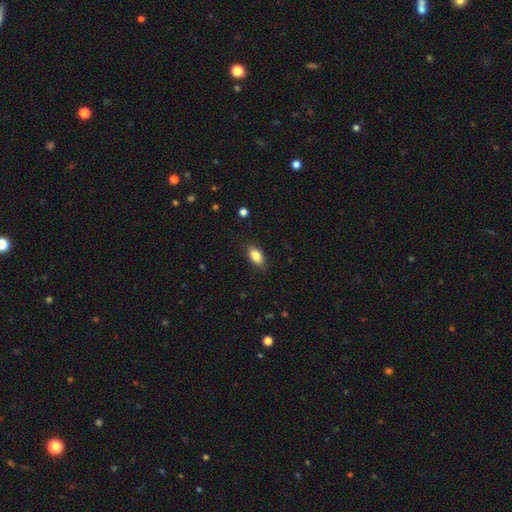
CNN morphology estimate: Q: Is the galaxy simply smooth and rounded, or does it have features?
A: smooth — 84%.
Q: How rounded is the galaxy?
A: in between — 89%.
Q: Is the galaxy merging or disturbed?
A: none — 84%.